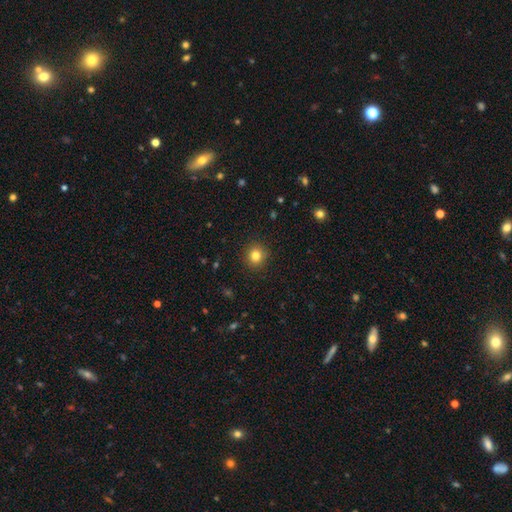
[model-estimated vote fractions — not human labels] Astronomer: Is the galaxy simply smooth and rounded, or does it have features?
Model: smooth — 82%.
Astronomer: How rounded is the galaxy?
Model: round — 89%.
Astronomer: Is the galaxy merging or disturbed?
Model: none — 91%.